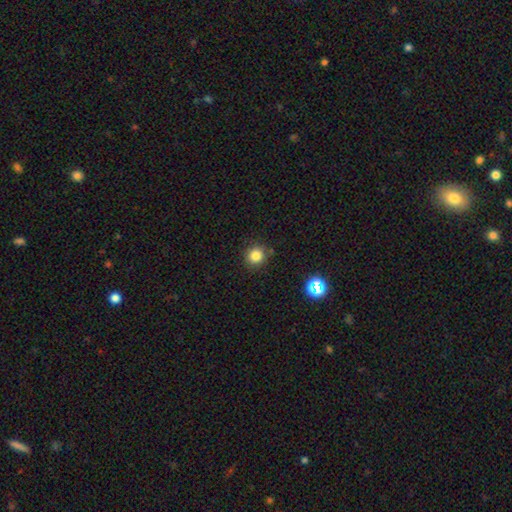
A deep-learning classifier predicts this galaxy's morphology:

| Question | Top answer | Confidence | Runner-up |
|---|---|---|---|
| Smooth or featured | smooth | 82% | star or artifact (13%) |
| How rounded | round | 91% | in between (9%) |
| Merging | none | 86% | minor disturbance (9%) |